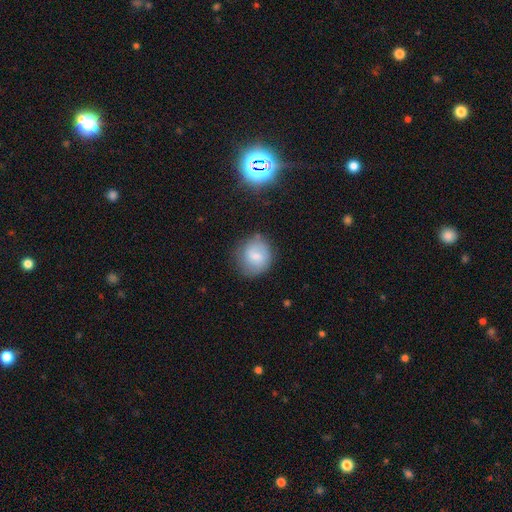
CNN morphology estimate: smooth 67%, featured or disk 25%, star or artifact 8%. Down the decision tree: how rounded — round (79%); merging — none (70%).